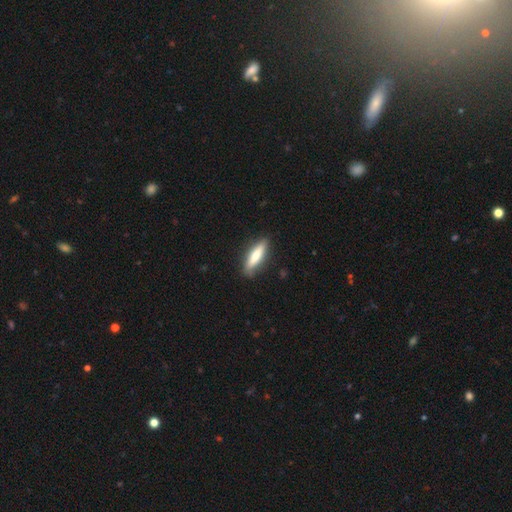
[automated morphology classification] A smooth galaxy with no disk features (72%) that is cigar-shaped (70%). Merging: none (85%).